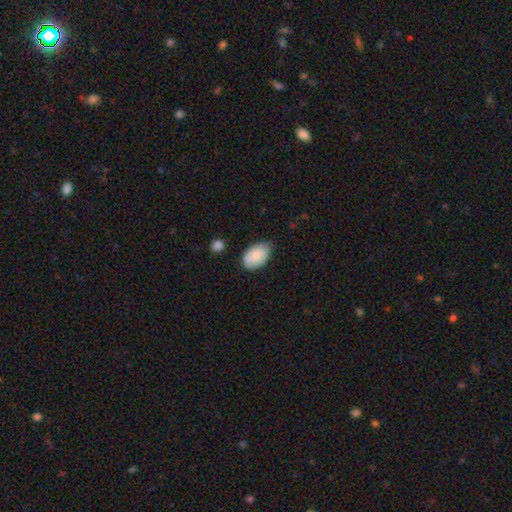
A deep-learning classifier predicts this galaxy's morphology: Smooth or featured: smooth — 80% (featured or disk — 13%)
How rounded: in between — 90% (round — 8%)
Merging: none — 65% (minor disturbance — 28%)